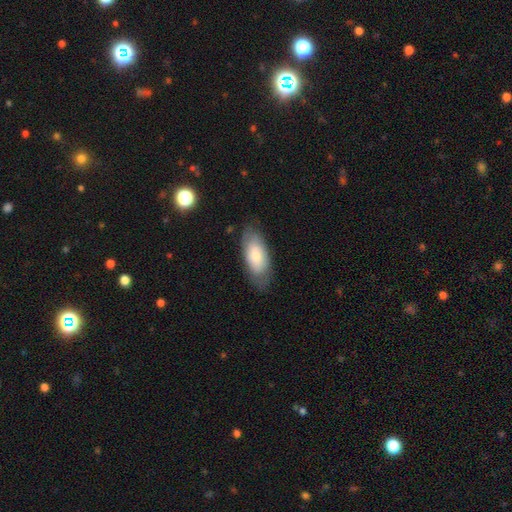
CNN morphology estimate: A smooth galaxy with no disk features (70%) that is in between round and cigar-shaped (88%).

Vote fractions:
- Smooth or featured? smooth: 70% / featured or disk: 24% / star or artifact: 6%
- How rounded? in between: 88% / cigar-shaped: 10% / round: 2%
- Merging? none: 75% / minor disturbance: 18% / major disturbance: 5% / merger: 1%